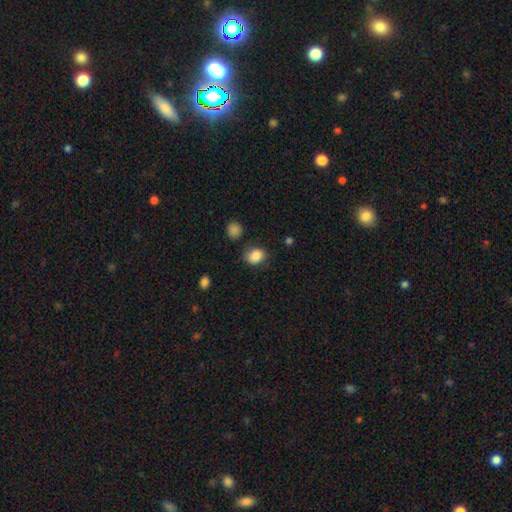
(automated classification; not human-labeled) The model was most divided on "how rounded": round: 52%, in between: 47%, cigar-shaped: 1%. More confident: smooth or featured — smooth (85%); merging — none (76%).